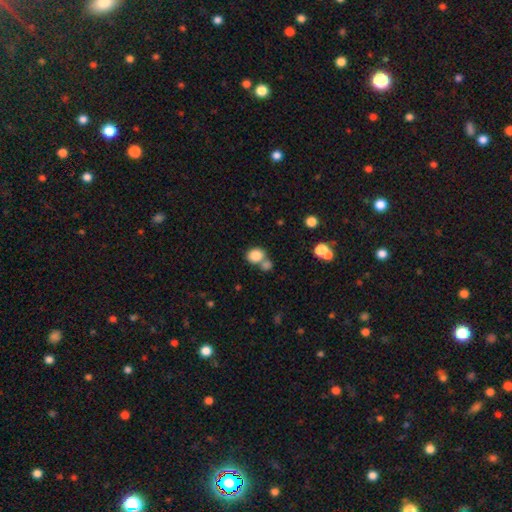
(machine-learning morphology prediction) The model was most divided on "merging": none: 51%, merger: 35%, minor disturbance: 10%, major disturbance: 4%. More confident: smooth or featured — smooth (84%); how rounded — round (64%).